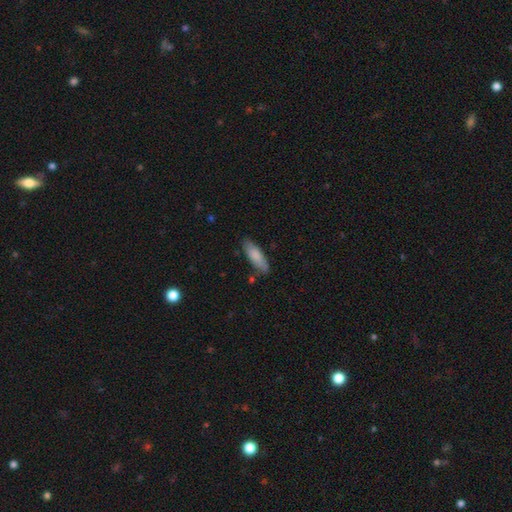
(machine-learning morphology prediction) type=smooth (82%); roundness=in between (54%); merging=none (79%).